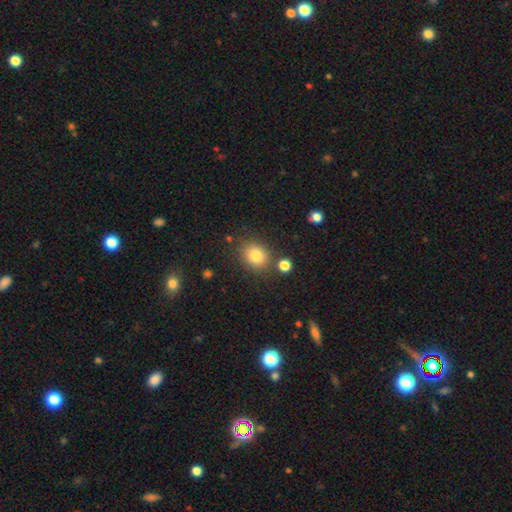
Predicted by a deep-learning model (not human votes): Smooth or featured?
  - smooth: 81% *
  - star or artifact: 11%
  - featured or disk: 8%
How rounded?
  - round: 61% *
  - in between: 38%
  - cigar-shaped: 1%
Merging?
  - none: 80% *
  - minor disturbance: 11%
  - merger: 6%
  - major disturbance: 3%